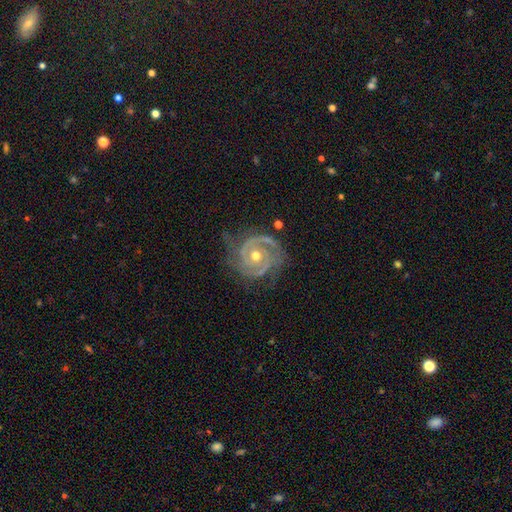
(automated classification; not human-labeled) This is clearly a featured or disk galaxy (92%). It is clearly not viewed edge-on (98%). Bar: likely no (76%). Spiral arm pattern: clearly yes (98%). Spiral arm count: possibly 2 (51%). Spiral winding: likely tight (72%). Central bulge: likely moderate (70%). Merging: likely none (71%).